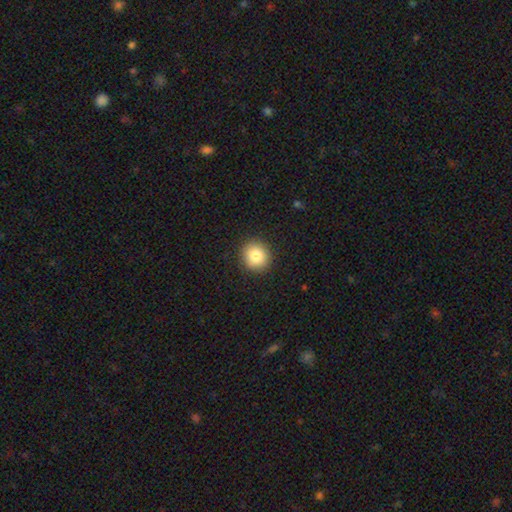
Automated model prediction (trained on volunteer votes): This is clearly a smooth galaxy (83%). How rounded: clearly round (90%). Merging: clearly none (91%).